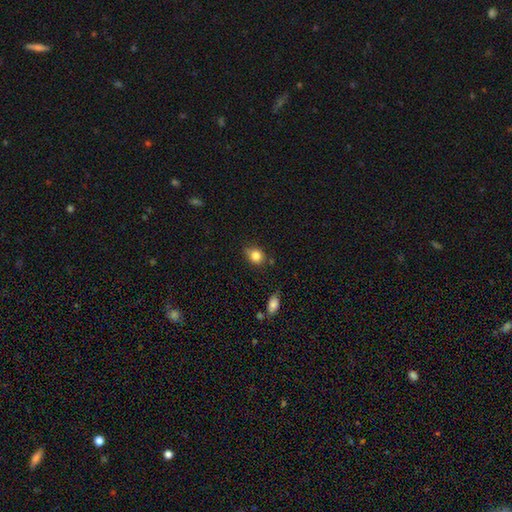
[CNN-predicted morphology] Q: Smooth or featured?
A: smooth (82%); runner-up: star or artifact (10%)
Q: How rounded?
A: round (58%); runner-up: in between (41%)
Q: Merging?
A: none (67%); runner-up: minor disturbance (25%)